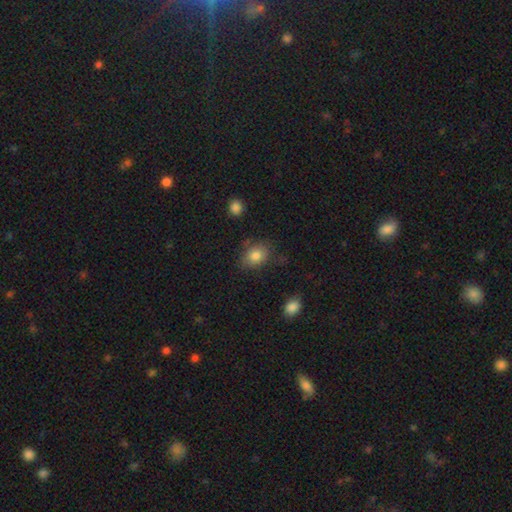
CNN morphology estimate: Smooth or featured? smooth (82%)
How rounded? in between (65%)
Merging? none (75%)